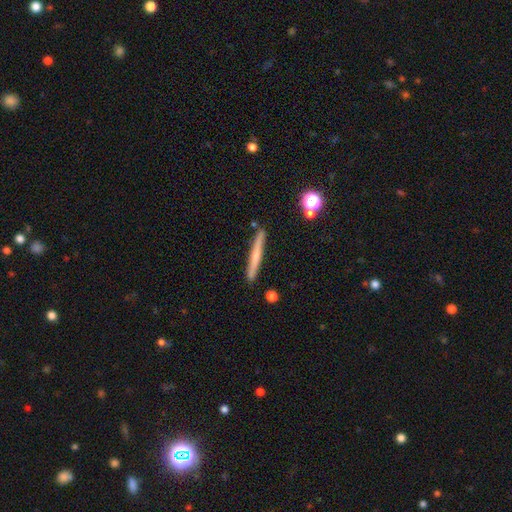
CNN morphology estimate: This appears to be a smooth galaxy with no disk features (47%). Merging: none (89%).